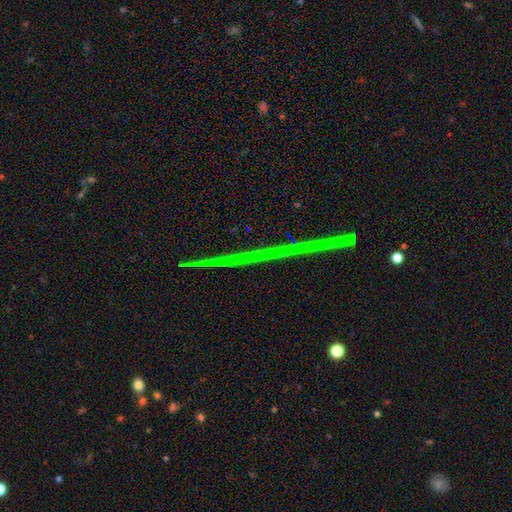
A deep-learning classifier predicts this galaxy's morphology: This is clearly a star or artifact rather than a galaxy (82%).